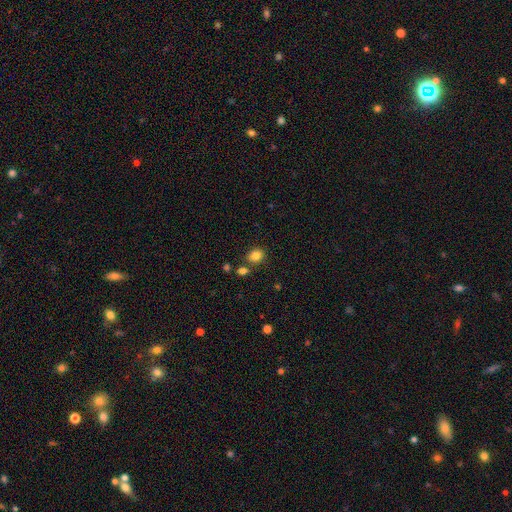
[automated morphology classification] Overall: smooth (84%). How rounded: round (61%; in between 38%). Merging: none (74%).